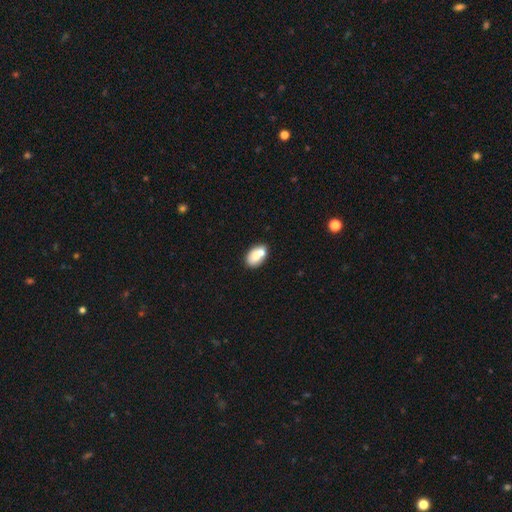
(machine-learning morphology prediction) This appears to be a smooth galaxy with no disk features (71%) that is in between round and cigar-shaped (85%). Merging: none (45%).